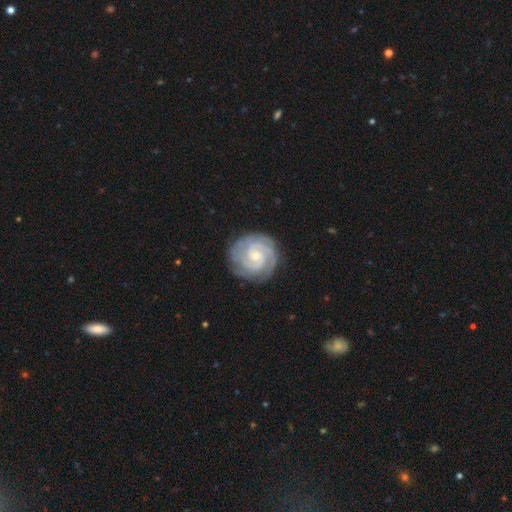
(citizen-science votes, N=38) Overall: featured or disk (95%). Edge-on disk: no (100%). Bar: no (56%; weak 36%). Spiral arms: yes (97%). Spiral arm count: 2 (80%). Spiral winding: tight (54%; medium 43%). Bulge size: small (61%; moderate 36%). Merging: none (79%).